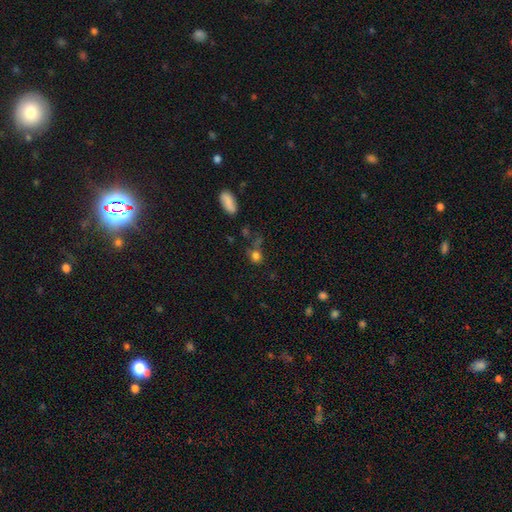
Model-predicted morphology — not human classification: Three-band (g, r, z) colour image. It shows a smooth galaxy with no disk features (77%) that is round (76%). Merging: none (60%).